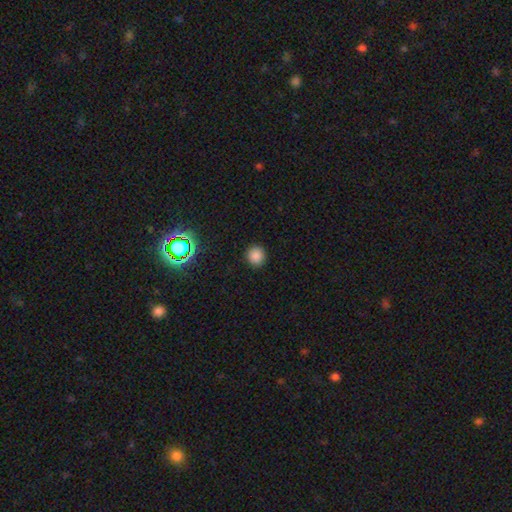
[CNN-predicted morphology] Smooth or featured? smooth (83%)
How rounded? round (91%)
Merging? none (91%)